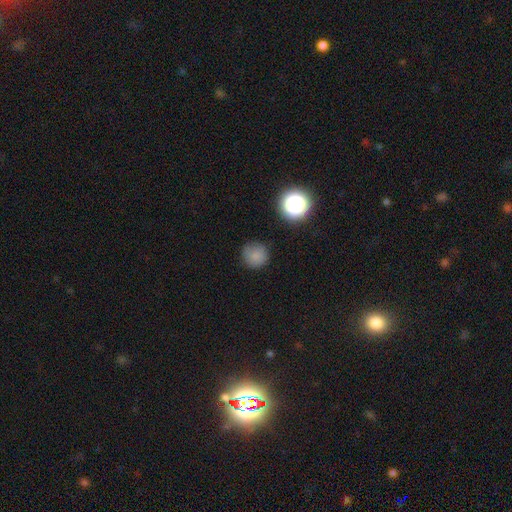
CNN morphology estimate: A smooth galaxy with no disk features (78%) that is round (93%). Merging: none (80%).